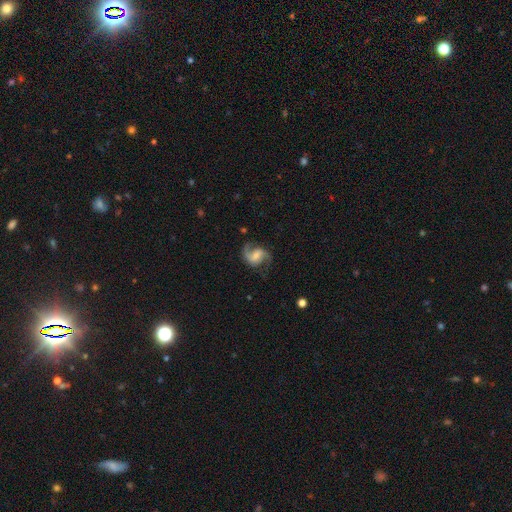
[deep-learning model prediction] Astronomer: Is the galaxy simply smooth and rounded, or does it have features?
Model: featured or disk — 88%.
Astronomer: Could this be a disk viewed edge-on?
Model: no — 98%.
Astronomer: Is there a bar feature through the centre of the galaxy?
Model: weak — 48% (runner-up: no, 35%).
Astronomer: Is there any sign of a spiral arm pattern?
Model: yes — 97%.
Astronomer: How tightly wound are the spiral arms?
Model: medium — 51% (runner-up: loose, 37%).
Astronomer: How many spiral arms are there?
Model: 2 — 92%.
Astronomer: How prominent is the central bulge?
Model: small — 44% (runner-up: moderate, 40%).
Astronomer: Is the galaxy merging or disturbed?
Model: none — 75%.